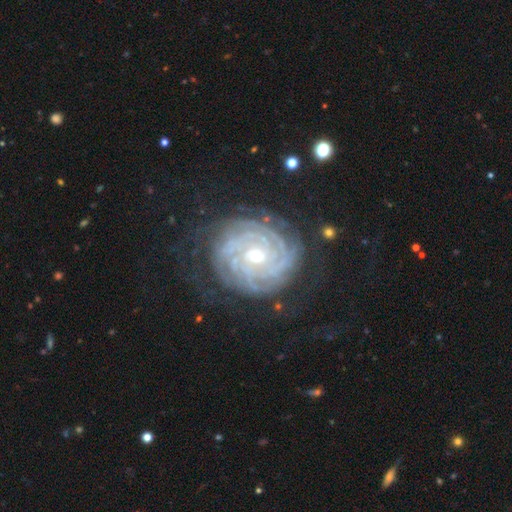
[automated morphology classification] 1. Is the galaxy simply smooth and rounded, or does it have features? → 89% featured or disk, 6% star or artifact, 5% smooth.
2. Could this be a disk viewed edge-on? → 97% no, 3% yes.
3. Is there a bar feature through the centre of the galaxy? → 68% no, 23% weak, 9% strong.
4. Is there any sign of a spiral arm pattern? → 98% yes, 2% no.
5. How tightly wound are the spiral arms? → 86% tight, 11% medium, 2% loose.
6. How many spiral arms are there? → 29% can't tell, 19% 4, 18% more than 4, 14% 3, 12% 2, 8% 1.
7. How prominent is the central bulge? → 49% moderate, 47% small, 2% large, 1% none, 1% dominant.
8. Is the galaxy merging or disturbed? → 76% none, 15% minor disturbance, 8% major disturbance, 1% merger.